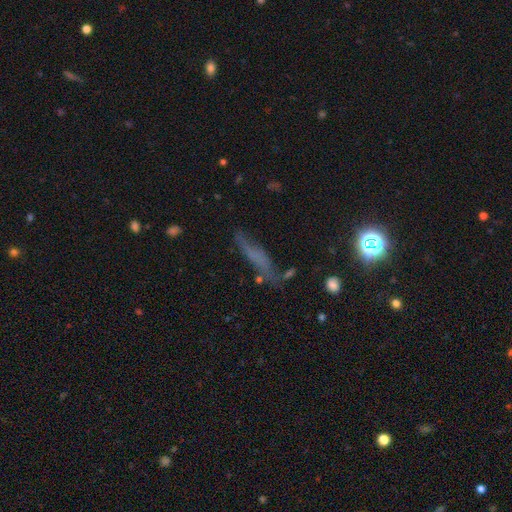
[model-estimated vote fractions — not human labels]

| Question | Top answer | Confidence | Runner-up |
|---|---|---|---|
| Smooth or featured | smooth | 48% | featured or disk (34%) |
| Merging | none | 60% | minor disturbance (23%) |